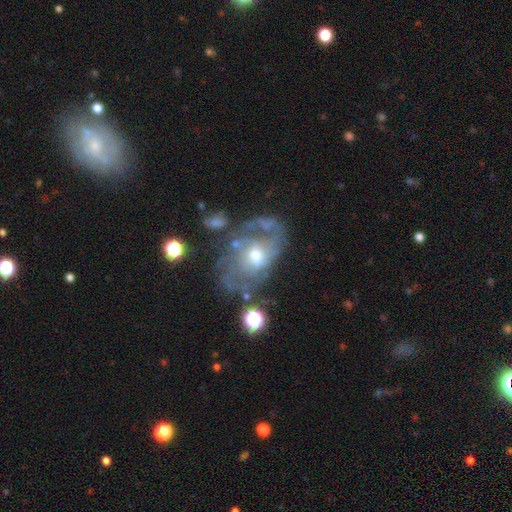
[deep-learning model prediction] Morphology: type=featured or disk (71%); edge-on=no (96%); bar=no (54%); spiral arms=yes (61%); bulge=moderate (60%); merging=none (37%).